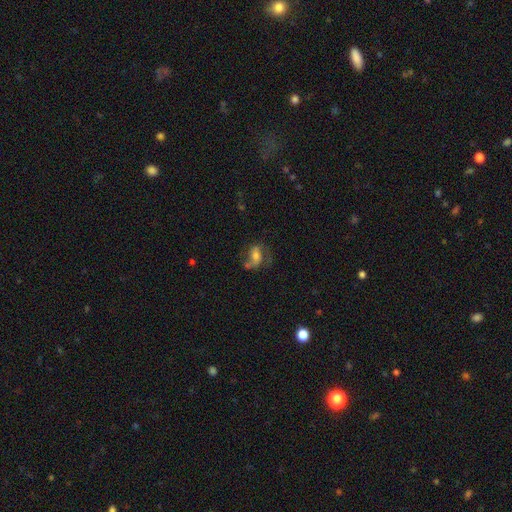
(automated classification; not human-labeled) This appears to be a featured or disk galaxy (55%) with no bar (42%), spiral arms (78%) and a moderate central bulge (55%). Merging: none (48%).